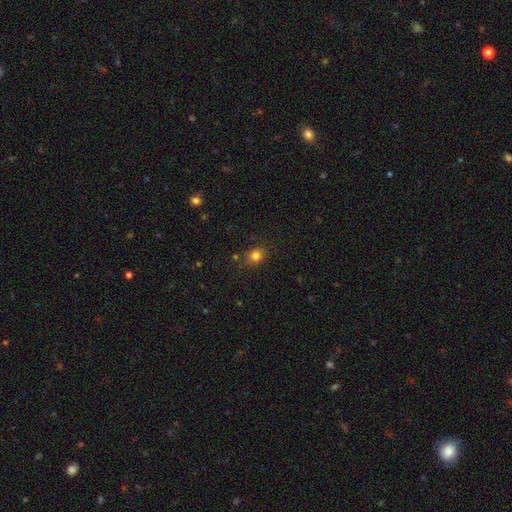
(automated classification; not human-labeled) Smooth or featured?
  - smooth: 80% *
  - star or artifact: 14%
  - featured or disk: 6%
How rounded?
  - round: 69% *
  - in between: 30%
  - cigar-shaped: 1%
Merging?
  - none: 82% *
  - minor disturbance: 12%
  - major disturbance: 3%
  - merger: 3%